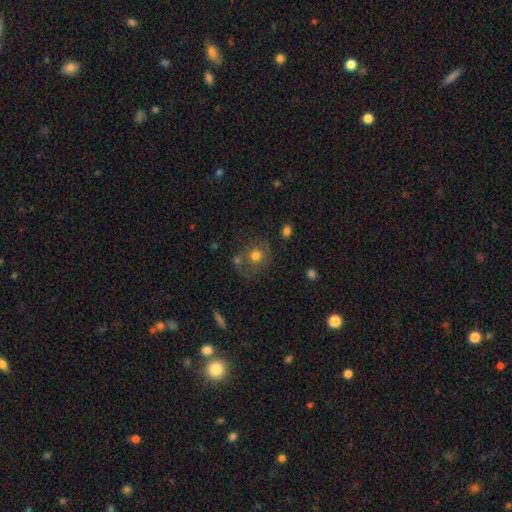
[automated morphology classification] The model was most divided on "smooth or featured": smooth: 59%, featured or disk: 30%, star or artifact: 10%. More confident: how rounded — round (82%); merging — none (58%).